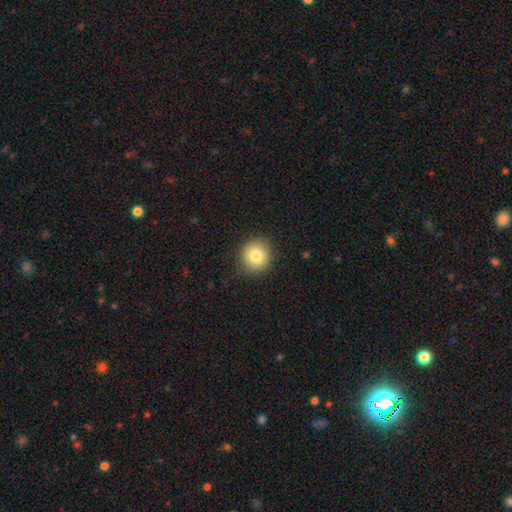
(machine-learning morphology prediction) Q: Smooth or featured?
A: smooth (82%); runner-up: star or artifact (10%)
Q: How rounded?
A: round (89%); runner-up: in between (10%)
Q: Merging?
A: none (86%); runner-up: minor disturbance (10%)